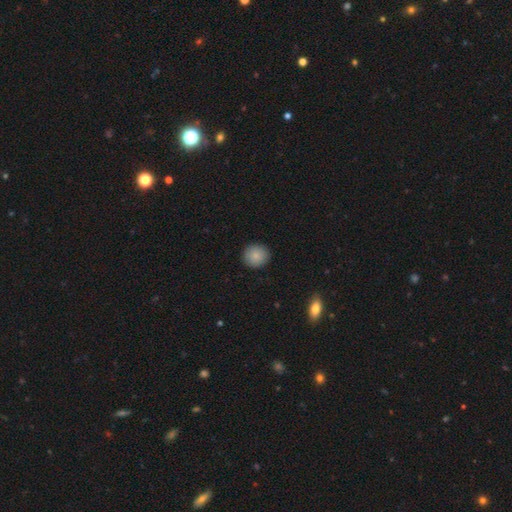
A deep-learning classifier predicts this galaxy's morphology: Smooth or featured?
  - smooth: 87% *
  - star or artifact: 8%
  - featured or disk: 5%
How rounded?
  - round: 91% *
  - in between: 8%
  - cigar-shaped: 1%
Merging?
  - none: 91% *
  - minor disturbance: 6%
  - major disturbance: 2%
  - merger: 1%